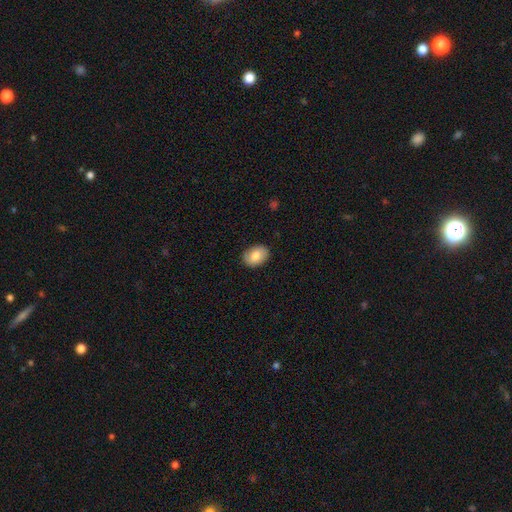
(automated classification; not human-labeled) Morphology: type=smooth (83%); roundness=in between (79%); merging=none (87%).